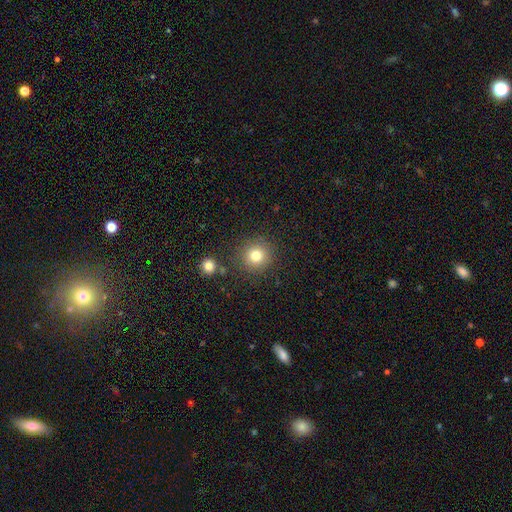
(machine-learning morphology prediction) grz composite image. It shows a smooth galaxy with no disk features (80%) that is round (93%). Merging: none (86%).